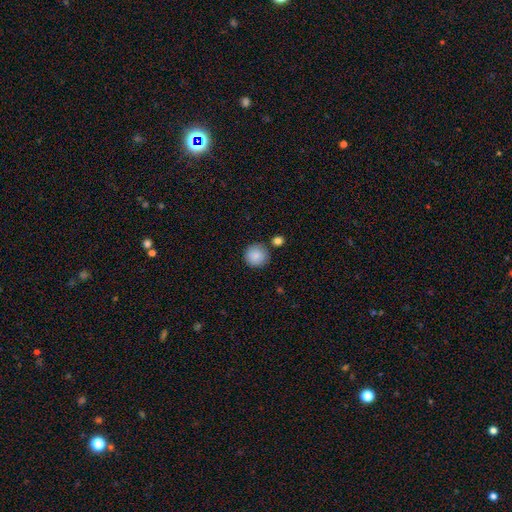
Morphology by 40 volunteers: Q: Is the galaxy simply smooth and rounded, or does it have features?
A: smooth — 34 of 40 (85%).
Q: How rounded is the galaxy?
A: round — 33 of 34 (97%).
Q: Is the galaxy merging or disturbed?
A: none — 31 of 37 (84%).